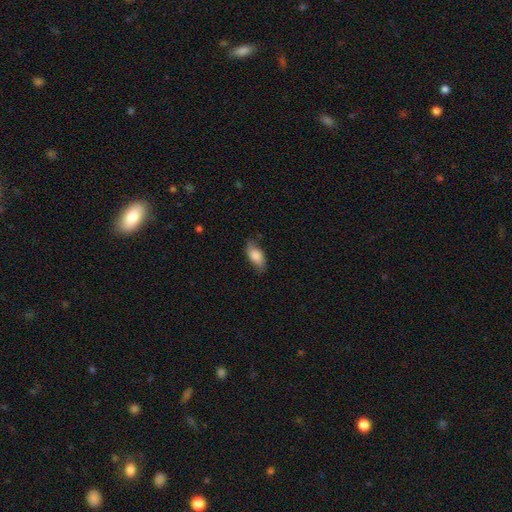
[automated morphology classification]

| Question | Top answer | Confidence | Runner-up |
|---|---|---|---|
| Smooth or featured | smooth | 74% | featured or disk (19%) |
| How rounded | in between | 89% | cigar-shaped (7%) |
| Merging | none | 72% | minor disturbance (22%) |